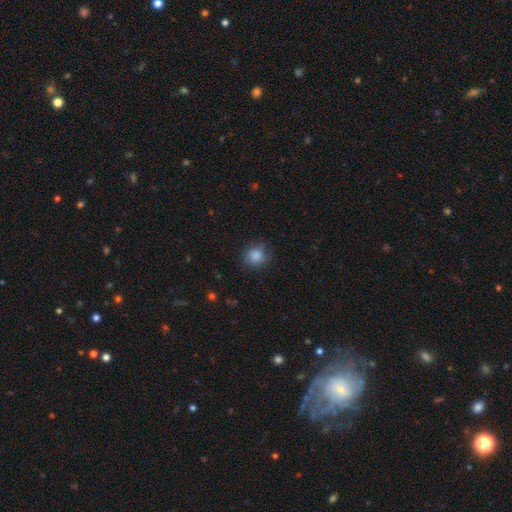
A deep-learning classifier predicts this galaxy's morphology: smooth 86%, star or artifact 10%, featured or disk 4%. Down the decision tree: how rounded — round (89%); merging — none (81%).